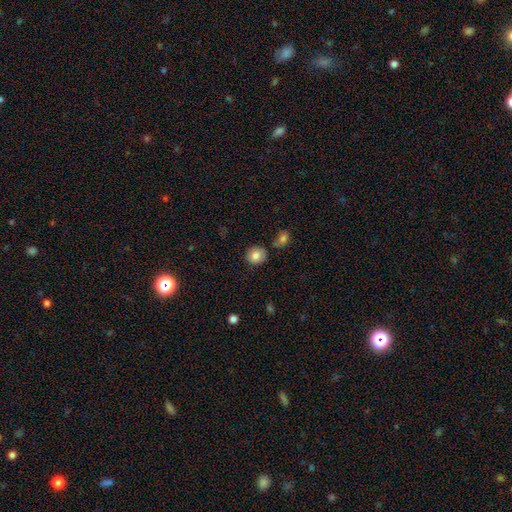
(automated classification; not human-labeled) A smooth galaxy with no disk features (83%) that is round (85%). Merging: none (74%).